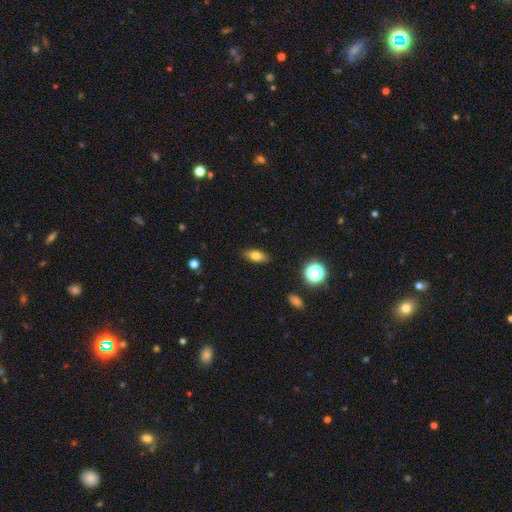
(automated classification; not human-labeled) Overall: smooth (76%). How rounded: in between (81%). Merging: none (88%).